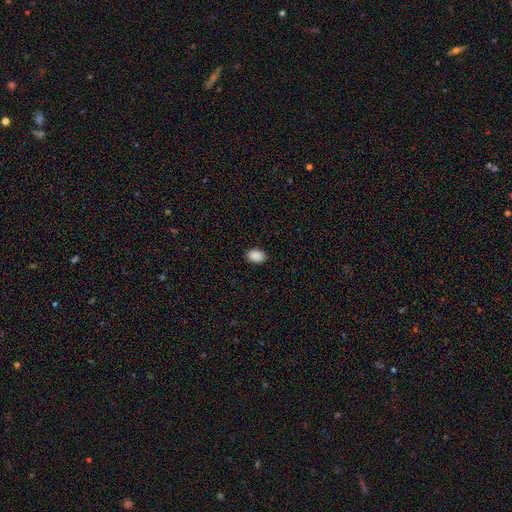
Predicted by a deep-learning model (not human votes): Smooth or featured?
  - smooth: 90% *
  - star or artifact: 8%
  - featured or disk: 2%
How rounded?
  - in between: 83% *
  - round: 16%
  - cigar-shaped: 1%
Merging?
  - none: 89% *
  - minor disturbance: 8%
  - major disturbance: 2%
  - merger: 1%